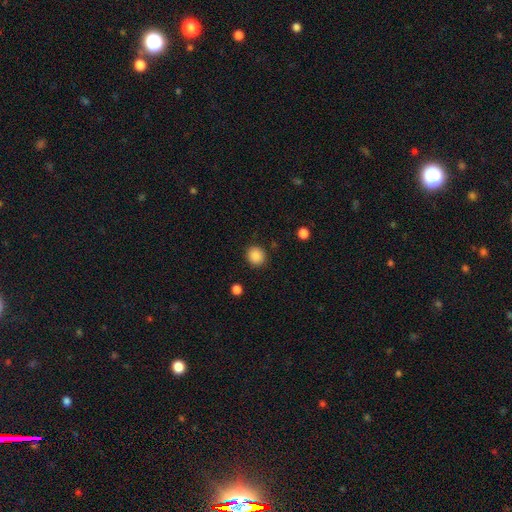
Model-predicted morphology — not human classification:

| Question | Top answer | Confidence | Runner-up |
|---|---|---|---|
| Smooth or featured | smooth | 88% | star or artifact (9%) |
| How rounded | round | 86% | in between (13%) |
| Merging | none | 90% | minor disturbance (6%) |